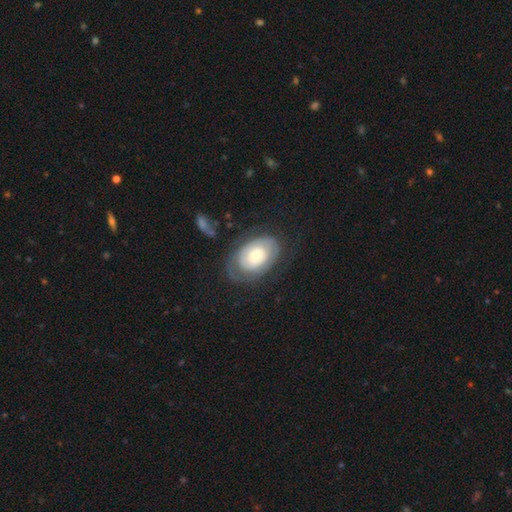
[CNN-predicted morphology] smooth-or-featured: featured or disk: 54% | smooth: 40% | star or artifact: 6%
  disk-edge-on: no: 94% | yes: 6%
    bar: no: 86% | weak: 11% | strong: 3%
    has-spiral-arms: yes: 53% | no: 47%
    bulge-size: moderate: 44% | small: 36% | large: 15% | dominant: 3% | none: 2%
  merging: none: 60% | minor disturbance: 22% | major disturbance: 16% | merger: 2%